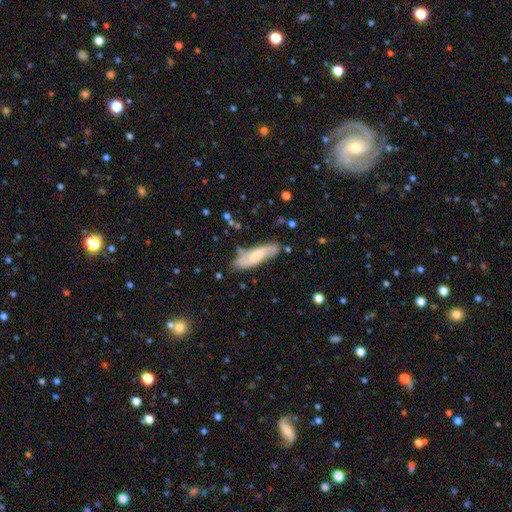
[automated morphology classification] Smooth or featured? smooth (50%)
Merging? none (70%)